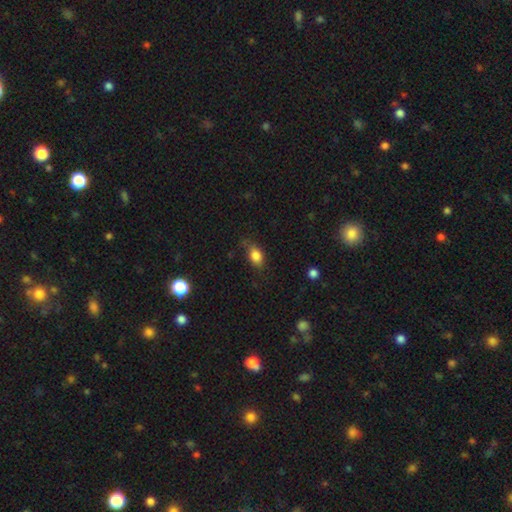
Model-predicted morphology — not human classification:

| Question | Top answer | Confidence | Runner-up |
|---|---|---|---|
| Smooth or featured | smooth | 84% | star or artifact (9%) |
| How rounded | in between | 78% | round (19%) |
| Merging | none | 67% | minor disturbance (25%) |